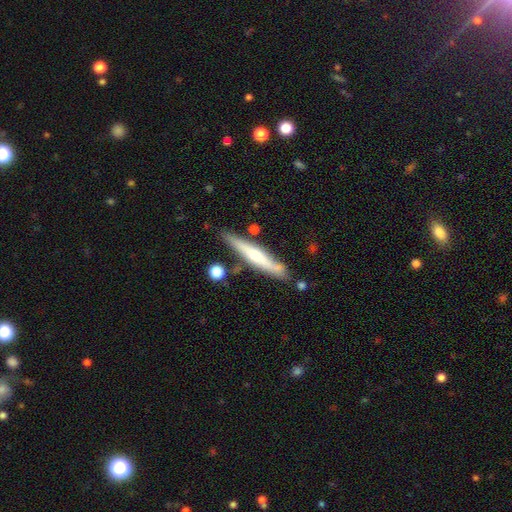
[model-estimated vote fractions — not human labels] featured or disk 53%, smooth 41%, star or artifact 6%. Down the decision tree: edge-on disk — yes (92%); merging — none (77%).